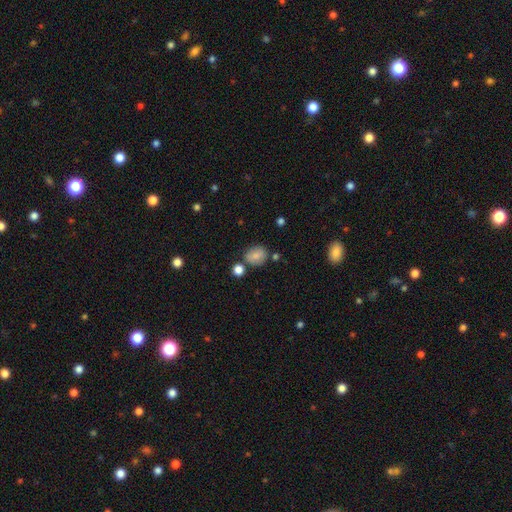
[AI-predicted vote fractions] Morphology: type=smooth (78%); roundness=round (62%); merging=none (72%).